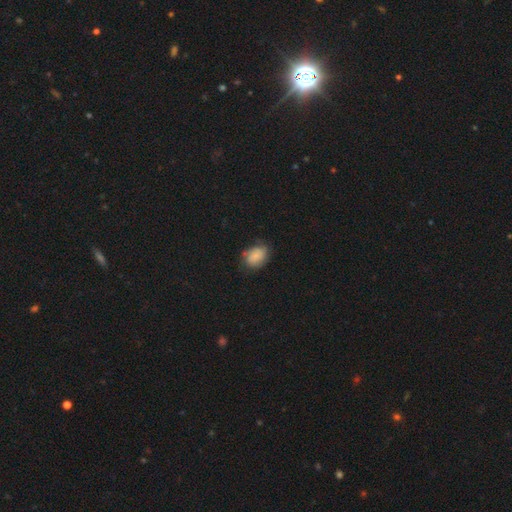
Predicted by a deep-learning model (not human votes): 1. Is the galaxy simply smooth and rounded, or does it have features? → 68% smooth, 23% featured or disk, 9% star or artifact.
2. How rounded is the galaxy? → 66% in between, 33% round, 1% cigar-shaped.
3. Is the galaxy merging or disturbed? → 62% none, 28% minor disturbance, 9% major disturbance, 2% merger.